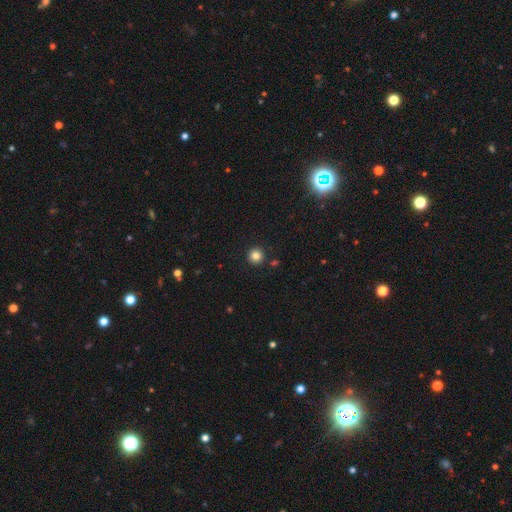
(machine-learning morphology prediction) type=smooth (82%); roundness=round (95%); merging=none (91%).